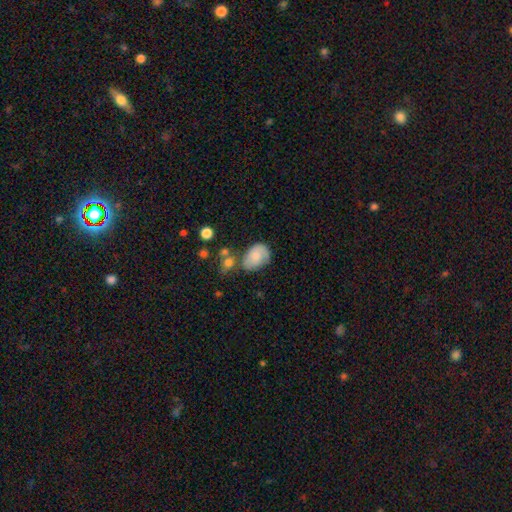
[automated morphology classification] A smooth galaxy with no disk features (71%) that is in between round and cigar-shaped (79%).

Vote fractions:
- Smooth or featured? smooth: 71% / featured or disk: 21% / star or artifact: 8%
- How rounded? in between: 79% / round: 20% / cigar-shaped: 1%
- Merging? none: 46% / minor disturbance: 30% / major disturbance: 12% / merger: 11%